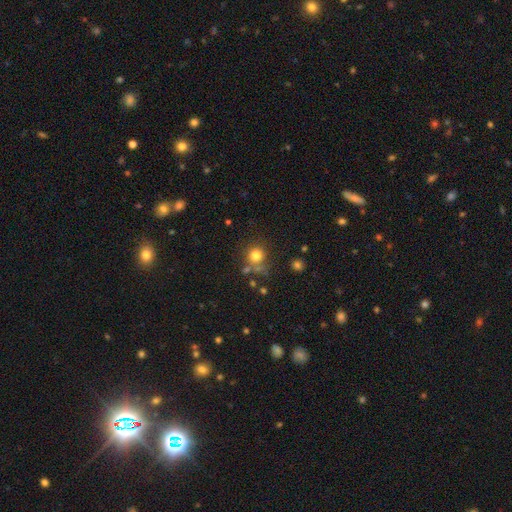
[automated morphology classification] Smooth or featured?
  - smooth: 78% *
  - star or artifact: 14%
  - featured or disk: 8%
How rounded?
  - round: 89% *
  - in between: 10%
  - cigar-shaped: 1%
Merging?
  - none: 66% *
  - minor disturbance: 15%
  - merger: 12%
  - major disturbance: 7%